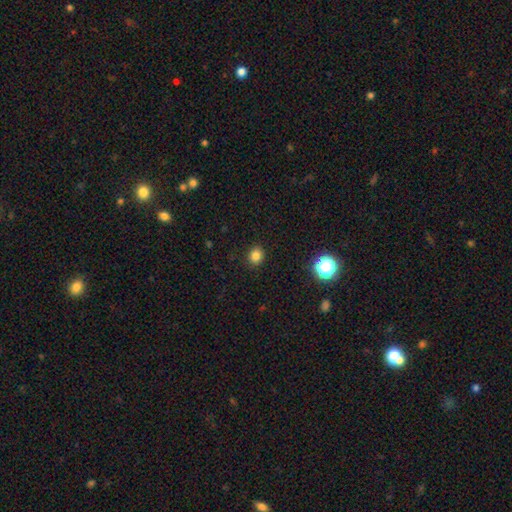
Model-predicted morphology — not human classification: This is clearly a smooth galaxy (82%). How rounded: likely round (75%). Merging: clearly none (90%).